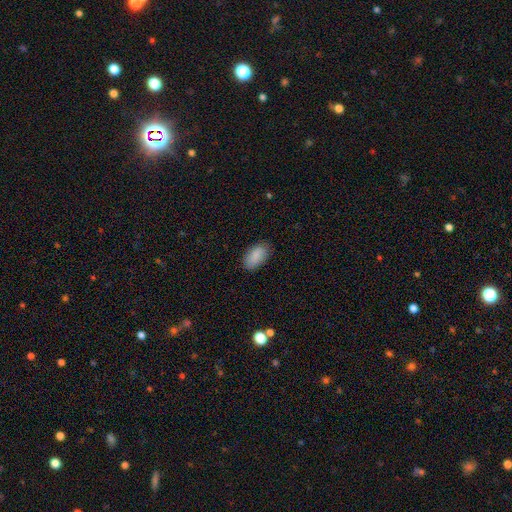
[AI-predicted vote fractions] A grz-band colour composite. It shows a smooth galaxy with no disk features (88%) that is in between round and cigar-shaped (94%). Merging: none (84%).